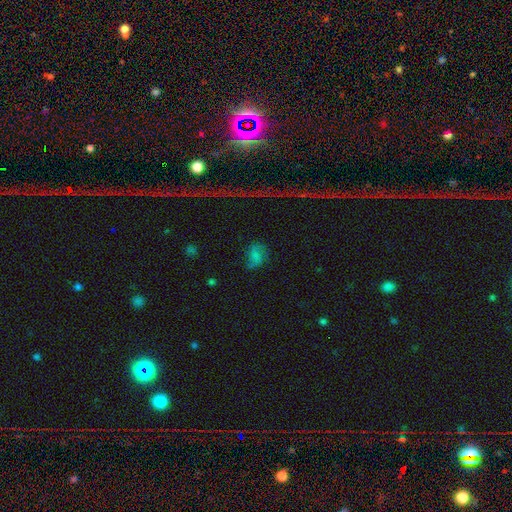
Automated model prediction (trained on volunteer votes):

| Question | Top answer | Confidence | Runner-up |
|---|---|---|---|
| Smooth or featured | smooth | 54% | featured or disk (29%) |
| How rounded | in between | 76% | round (21%) |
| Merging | none | 56% | minor disturbance (26%) |